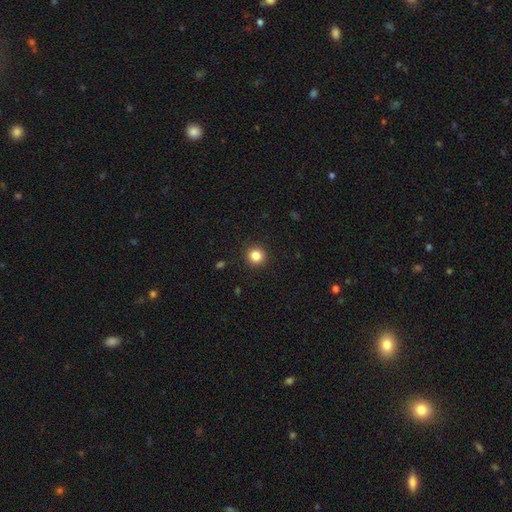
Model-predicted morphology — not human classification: This appears to be a smooth galaxy with no disk features (84%) that is round (95%). Merging: none (93%).